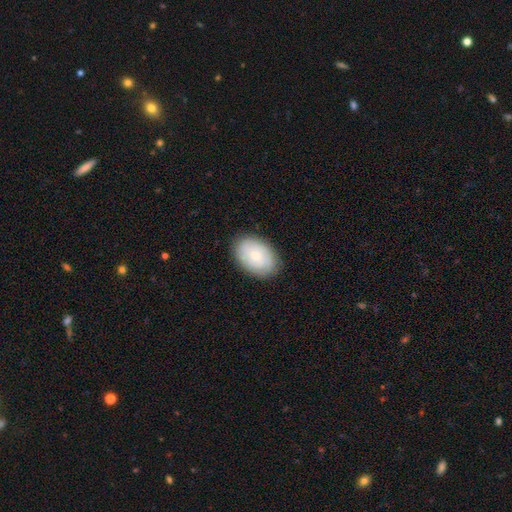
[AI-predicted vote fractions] A smooth galaxy with no disk features (69%) that is in between round and cigar-shaped (88%).

Vote fractions:
- Smooth or featured? smooth: 69% / featured or disk: 25% / star or artifact: 7%
- How rounded? in between: 88% / round: 11% / cigar-shaped: 1%
- Merging? none: 85% / minor disturbance: 11% / major disturbance: 3% / merger: 1%